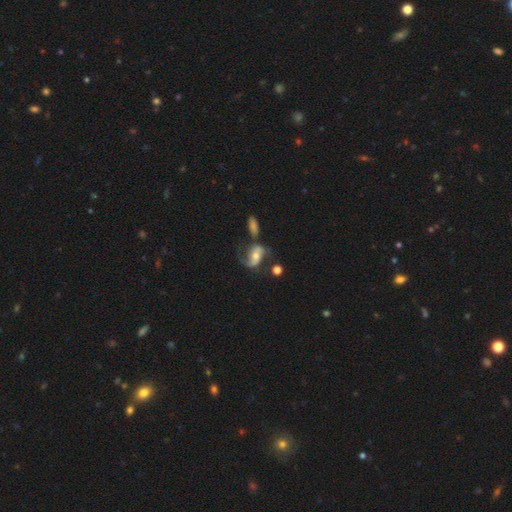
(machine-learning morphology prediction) Smooth or featured?
  - featured or disk: 75% *
  - smooth: 18%
  - star or artifact: 7%
Edge-on disk?
  - no: 96% *
  - yes: 4%
Bar?
  - no: 43% *
  - weak: 35%
  - strong: 22%
Spiral arms?
  - yes: 90% *
  - no: 10%
Spiral winding?
  - loose: 53% *
  - medium: 35%
  - tight: 12%
Spiral arm count?
  - 2: 76% *
  - 1: 15%
  - can't tell: 6%
  - 3: 1%
  - 4: 1%
  - more than 4: 1%
Bulge size?
  - moderate: 59% *
  - small: 32%
  - large: 6%
  - none: 2%
  - dominant: 1%
Merging?
  - none: 42% *
  - major disturbance: 22%
  - minor disturbance: 19%
  - merger: 17%